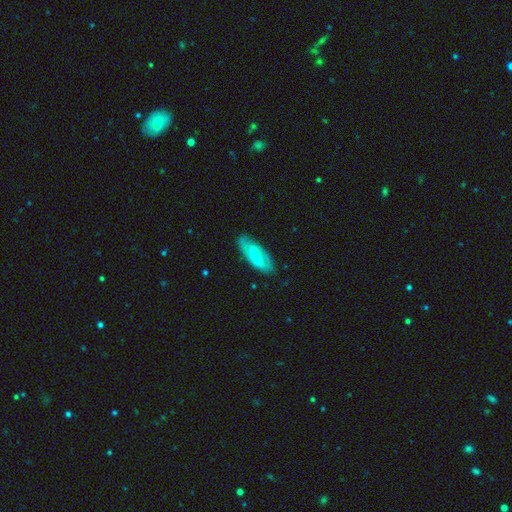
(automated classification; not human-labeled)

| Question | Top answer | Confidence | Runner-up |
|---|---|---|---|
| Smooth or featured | featured or disk | 48% | smooth (46%) |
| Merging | none | 78% | minor disturbance (16%) |